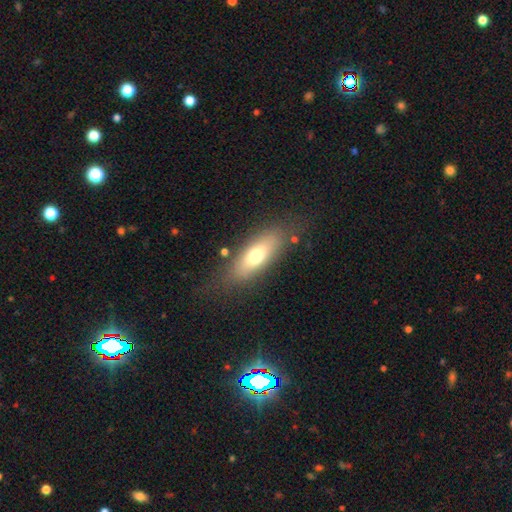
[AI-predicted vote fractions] Morphology: type=smooth (68%); roundness=in between (69%); merging=none (76%).